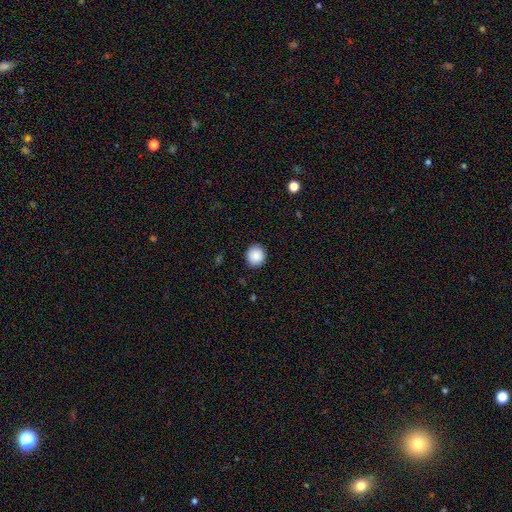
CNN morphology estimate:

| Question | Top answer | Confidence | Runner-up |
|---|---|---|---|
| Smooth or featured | smooth | 89% | star or artifact (8%) |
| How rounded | round | 90% | in between (9%) |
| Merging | none | 91% | minor disturbance (6%) |